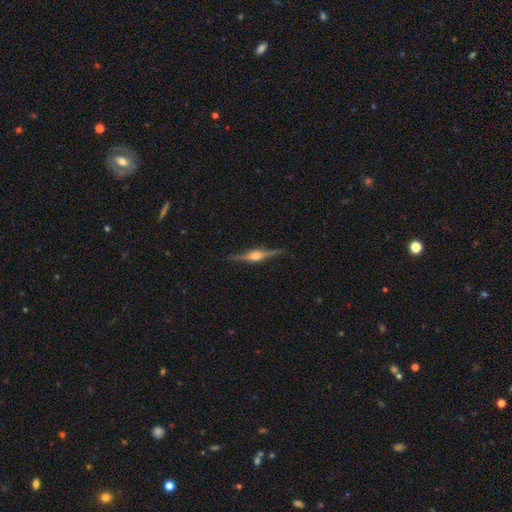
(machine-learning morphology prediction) Smooth or featured: featured or disk — 84% (smooth — 10%)
Edge-on disk: yes — 98% (no — 2%)
Edge-on bulge: rounded — 91% (boxy — 7%)
Merging: none — 89% (minor disturbance — 8%)